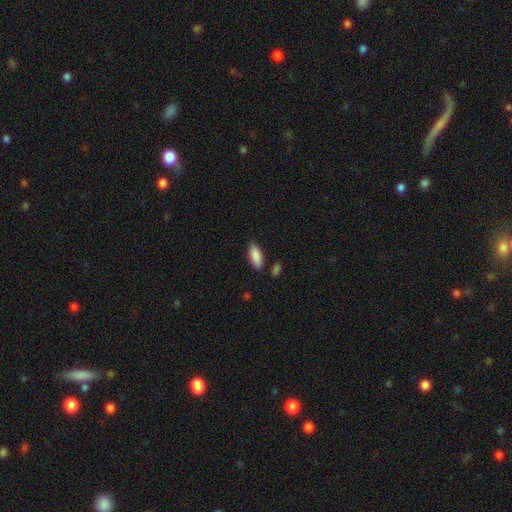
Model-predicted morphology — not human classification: Smooth or featured? Predicted: smooth (p=0.89). How rounded? Predicted: in between (p=0.85). Merging? Predicted: none (p=0.82).